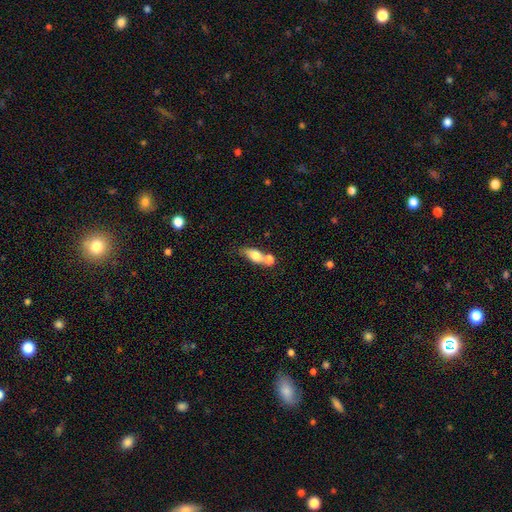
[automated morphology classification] smooth_or_featured: smooth (p=0.74) [alt: featured or disk p=0.17]
how_rounded: in between (p=0.73) [alt: round p=0.14]
merging: merger (p=0.49) [alt: none p=0.32]